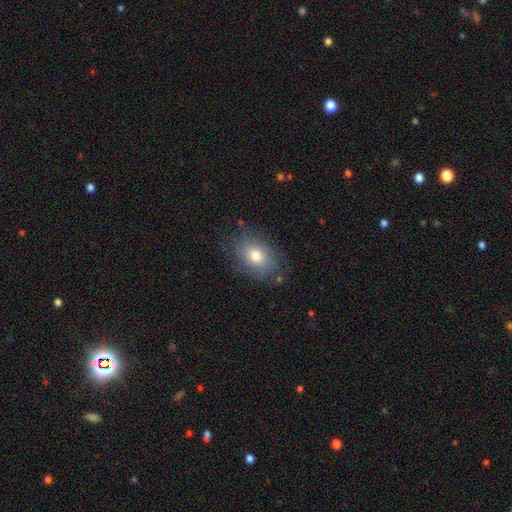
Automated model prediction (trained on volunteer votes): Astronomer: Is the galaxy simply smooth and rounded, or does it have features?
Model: smooth — 74%.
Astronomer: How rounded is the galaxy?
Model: in between — 80%.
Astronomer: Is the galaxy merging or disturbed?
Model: none — 77%.